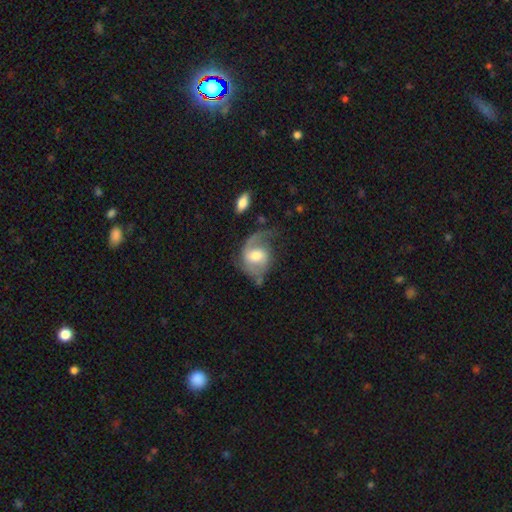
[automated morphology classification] The model was most divided on "bar": weak: 45%, no: 43%, strong: 12%. Remaining: edge-on disk — no (97%); spiral arms — yes (92%); smooth or featured — featured or disk (76%); spiral arm count — 2 (62%); bulge size — moderate (62%); merging — none (48%); spiral winding — medium (45%).